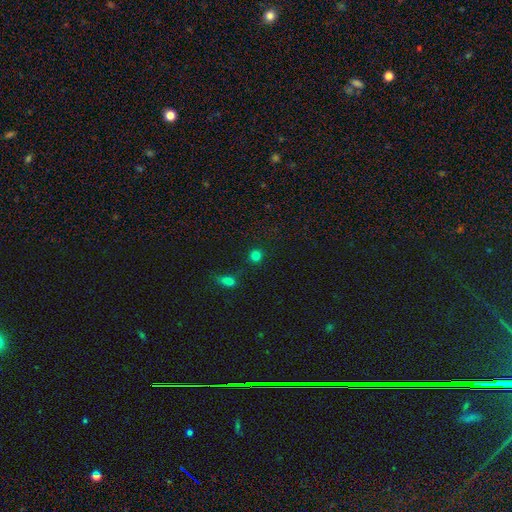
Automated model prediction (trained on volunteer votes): This is clearly a smooth galaxy (81%). How rounded: clearly round (90%). Merging: clearly none (84%).